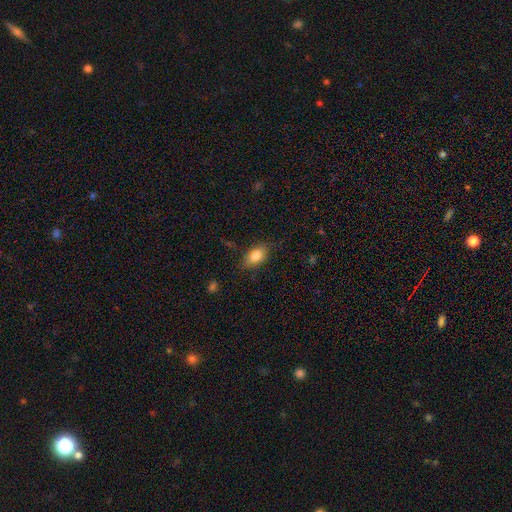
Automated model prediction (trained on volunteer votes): Smooth or featured? smooth (83%)
How rounded? in between (87%)
Merging? none (79%)